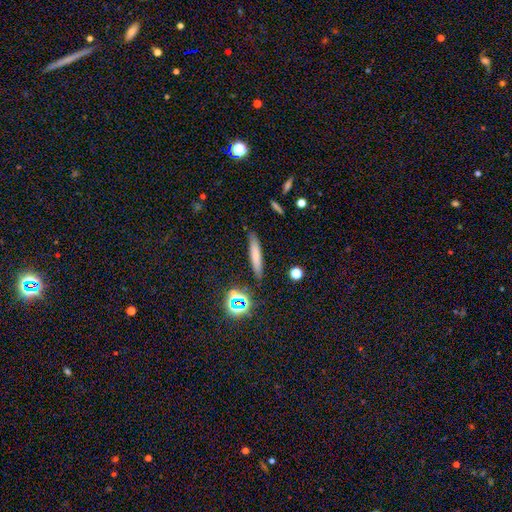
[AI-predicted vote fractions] A smooth galaxy with no disk features (69%) that is cigar-shaped (90%).

Vote fractions:
- Smooth or featured? smooth: 69% / featured or disk: 19% / star or artifact: 12%
- How rounded? cigar-shaped: 90% / in between: 8% / round: 2%
- Merging? none: 85% / minor disturbance: 10% / major disturbance: 3% / merger: 2%